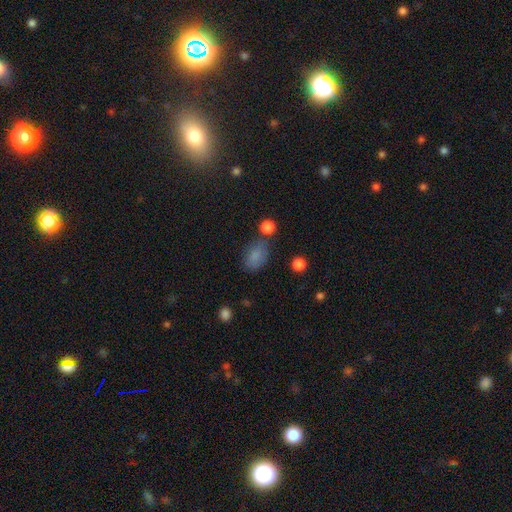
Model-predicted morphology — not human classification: smooth_or_featured: smooth (p=0.82) [alt: star or artifact p=0.11]
how_rounded: in between (p=0.83) [alt: round p=0.16]
merging: none (p=0.63) [alt: minor disturbance p=0.21]